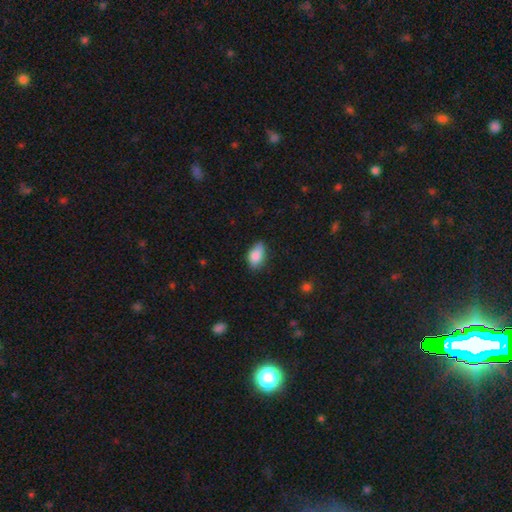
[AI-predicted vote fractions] smooth 86%, star or artifact 7%, featured or disk 7%. Down the decision tree: how rounded — in between (89%); merging — none (59%).